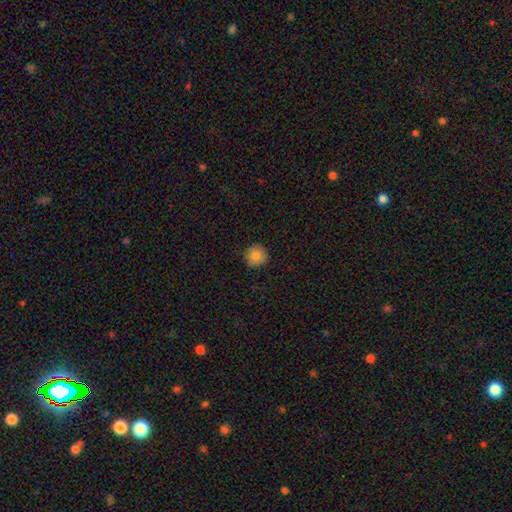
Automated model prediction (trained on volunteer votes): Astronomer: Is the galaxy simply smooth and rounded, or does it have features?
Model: smooth — 85%.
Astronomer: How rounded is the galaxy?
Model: round — 94%.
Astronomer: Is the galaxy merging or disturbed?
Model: none — 91%.